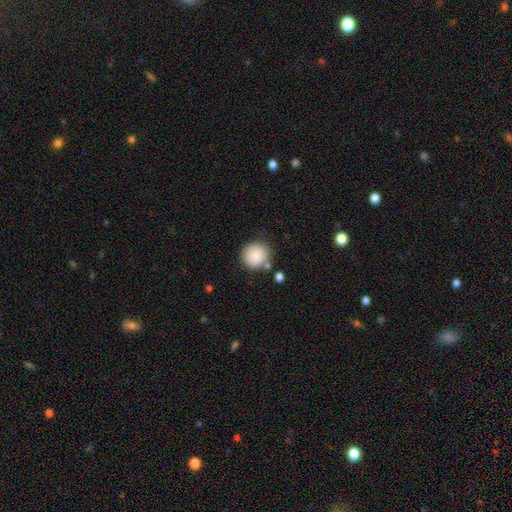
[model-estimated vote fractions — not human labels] Smooth or featured? smooth (83%)
How rounded? round (92%)
Merging? none (77%)